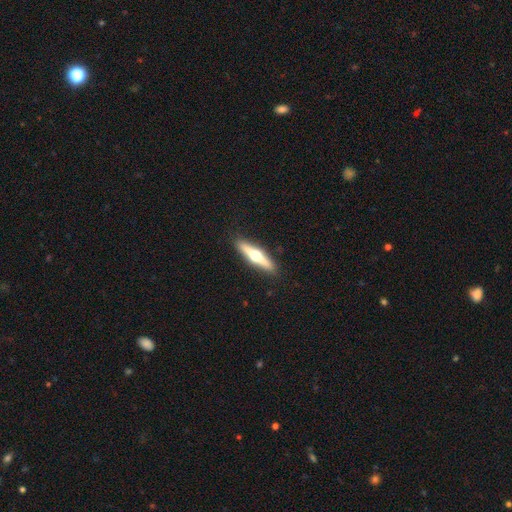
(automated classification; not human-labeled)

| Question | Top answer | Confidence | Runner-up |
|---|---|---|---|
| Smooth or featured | featured or disk | 66% | smooth (29%) |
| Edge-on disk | yes | 96% | no (4%) |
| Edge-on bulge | rounded | 96% | none (2%) |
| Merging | none | 91% | minor disturbance (7%) |